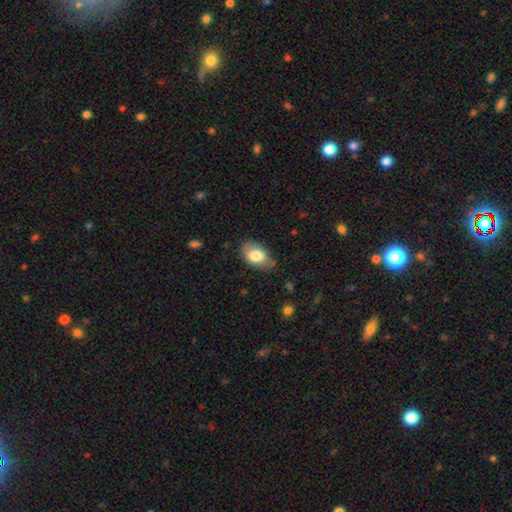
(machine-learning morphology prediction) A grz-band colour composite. It shows a smooth galaxy with no disk features (76%) that is in between round and cigar-shaped (89%). Merging: none (68%).